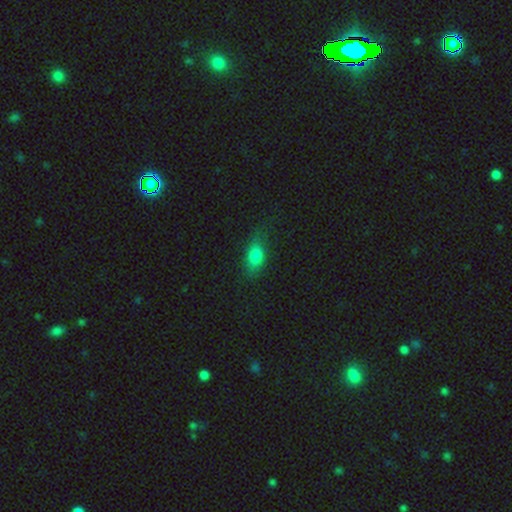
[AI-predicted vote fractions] A smooth galaxy with no disk features (79%) that is in between round and cigar-shaped (79%).

Vote fractions:
- Smooth or featured? smooth: 79% / star or artifact: 11% / featured or disk: 10%
- How rounded? in between: 79% / round: 12% / cigar-shaped: 8%
- Merging? none: 70% / minor disturbance: 21% / major disturbance: 7% / merger: 2%